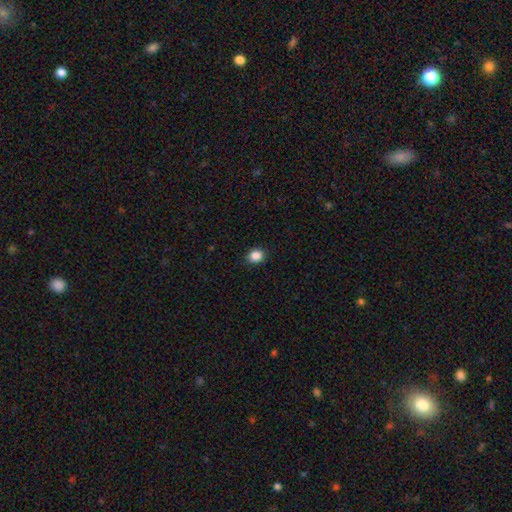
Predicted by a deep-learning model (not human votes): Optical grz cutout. It shows a smooth galaxy with no disk features (86%) that is round (65%). Merging: none (91%).